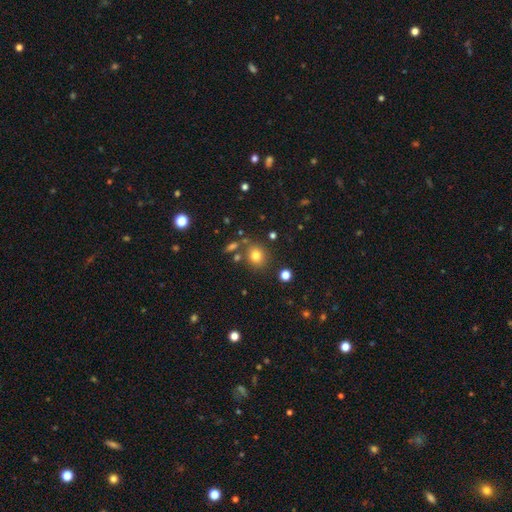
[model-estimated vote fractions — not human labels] This appears to be a smooth galaxy with no disk features (77%) that is round (70%). Merging: none (76%).